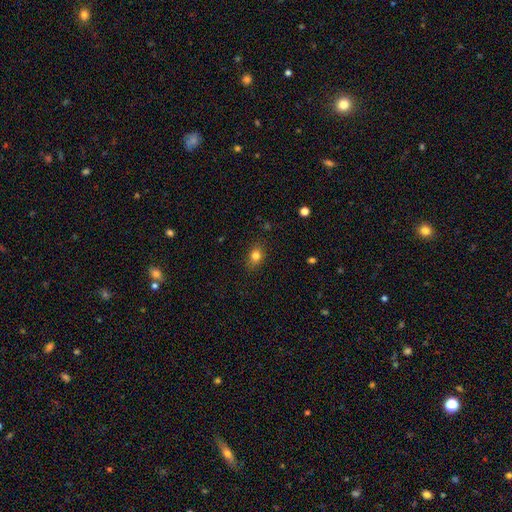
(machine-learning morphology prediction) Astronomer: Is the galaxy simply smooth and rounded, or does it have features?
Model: smooth — 80%.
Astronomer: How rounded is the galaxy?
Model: in between — 63%.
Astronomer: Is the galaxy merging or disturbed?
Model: none — 83%.